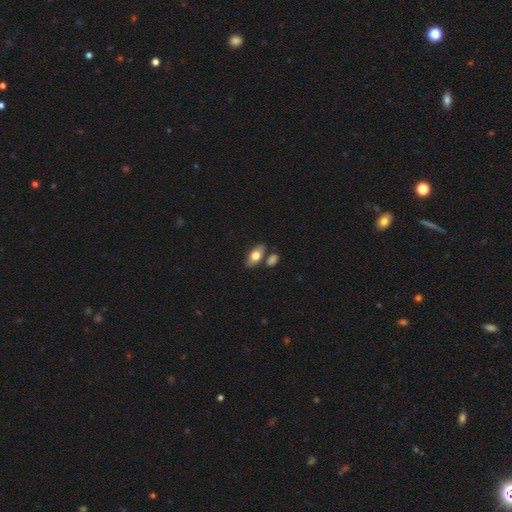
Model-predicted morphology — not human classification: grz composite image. It shows a smooth galaxy with no disk features (72%) that is in between round and cigar-shaped (87%). Merging: none (71%).